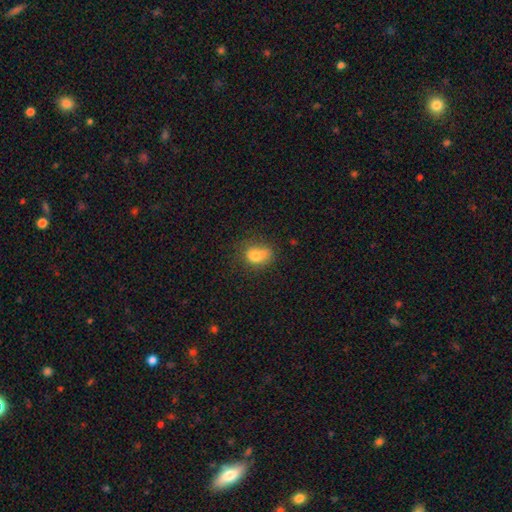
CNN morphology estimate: A smooth galaxy with no disk features (76%) that is in between round and cigar-shaped (62%).

Vote fractions:
- Smooth or featured? smooth: 76% / featured or disk: 12% / star or artifact: 12%
- How rounded? in between: 62% / round: 36% / cigar-shaped: 2%
- Merging? none: 44% / minor disturbance: 27% / major disturbance: 14% / merger: 14%